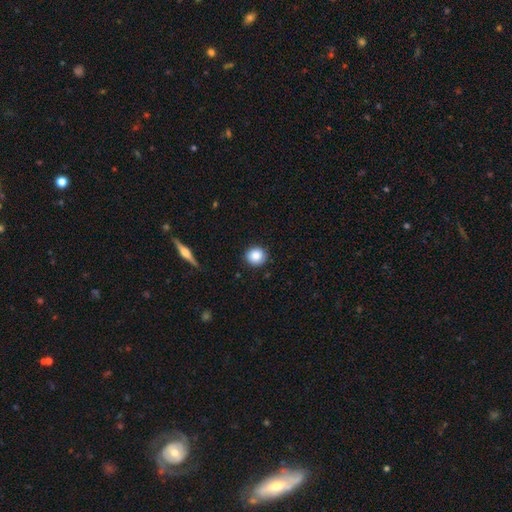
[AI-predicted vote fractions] Morphology: type=smooth (87%); roundness=round (90%); merging=none (89%).